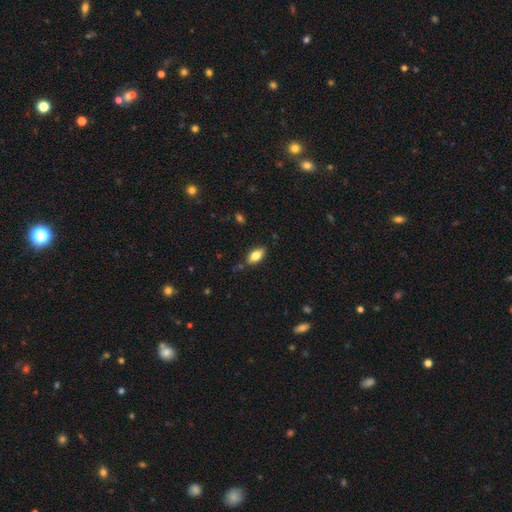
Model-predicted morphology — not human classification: smooth_or_featured: smooth (p=0.76) [alt: featured or disk p=0.16]
how_rounded: in between (p=0.88) [alt: cigar-shaped p=0.09]
merging: none (p=0.83) [alt: minor disturbance p=0.13]